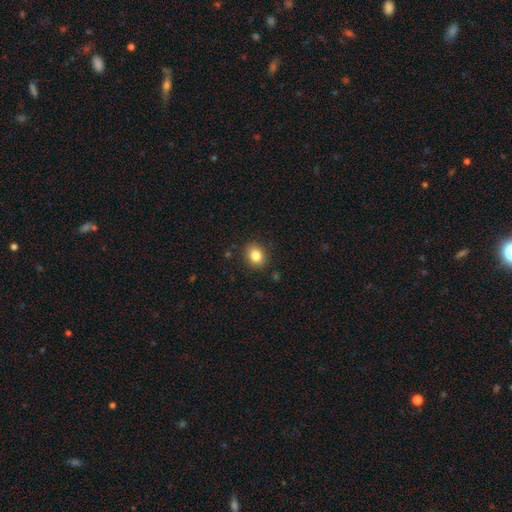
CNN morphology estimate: This appears to be a smooth galaxy with no disk features (83%) that is round (53%). Merging: none (88%).